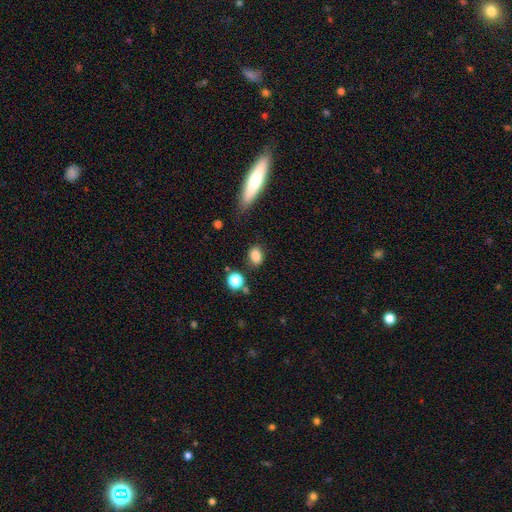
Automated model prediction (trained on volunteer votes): smooth_or_featured: smooth (p=0.84) [alt: star or artifact p=0.10]
how_rounded: in between (p=0.69) [alt: round p=0.28]
merging: none (p=0.80) [alt: minor disturbance p=0.12]